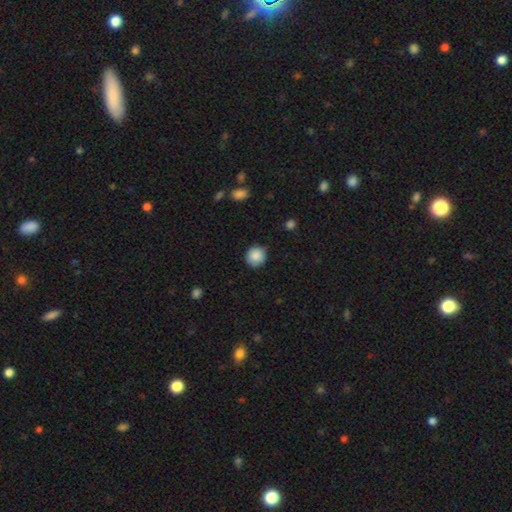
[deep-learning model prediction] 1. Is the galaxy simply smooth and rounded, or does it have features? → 87% smooth, 8% star or artifact, 4% featured or disk.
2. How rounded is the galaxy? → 90% round, 9% in between, 1% cigar-shaped.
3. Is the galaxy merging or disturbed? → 83% none, 13% minor disturbance, 2% major disturbance, 1% merger.